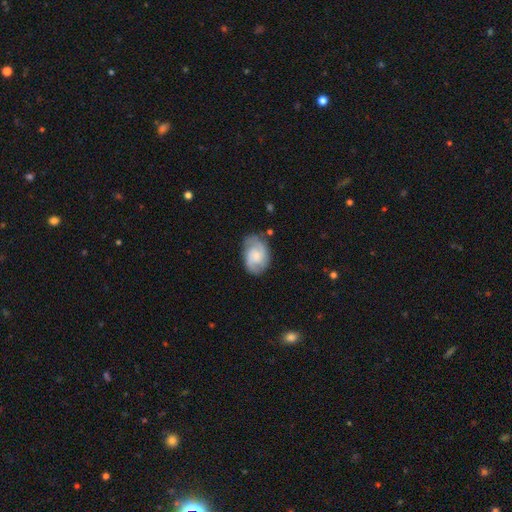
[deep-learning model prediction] This appears to be a featured or disk galaxy (65%) with no bar (64%), 2 (63%) medium (46%) spiral arms (92%) and a small central bulge (48%). Merging: none (69%).